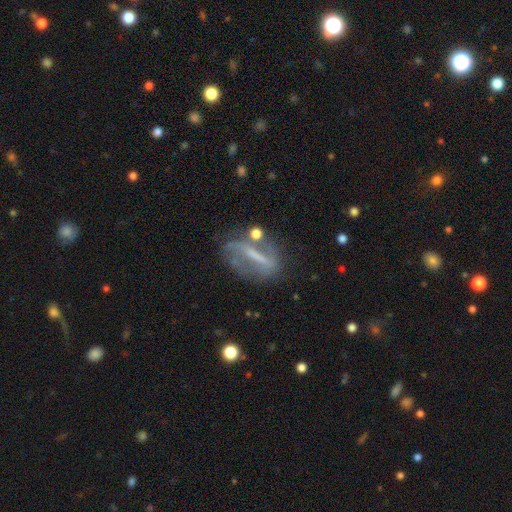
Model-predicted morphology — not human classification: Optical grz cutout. It shows a featured or disk galaxy (65%). Merging: none (57%).